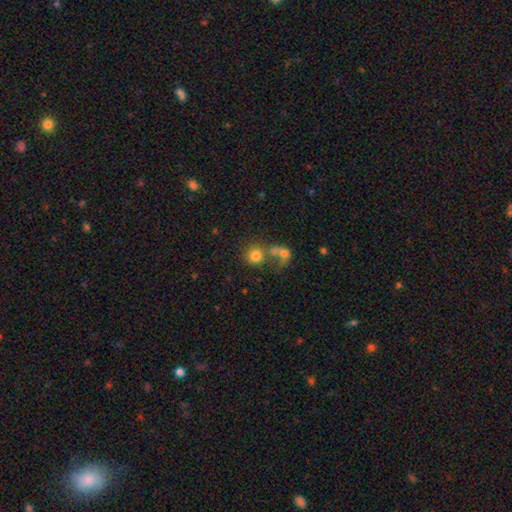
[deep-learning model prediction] The model was most divided on "merging": merger: 43%, none: 42%, minor disturbance: 8%, major disturbance: 7%. More confident: how rounded — round (85%); smooth or featured — smooth (76%).